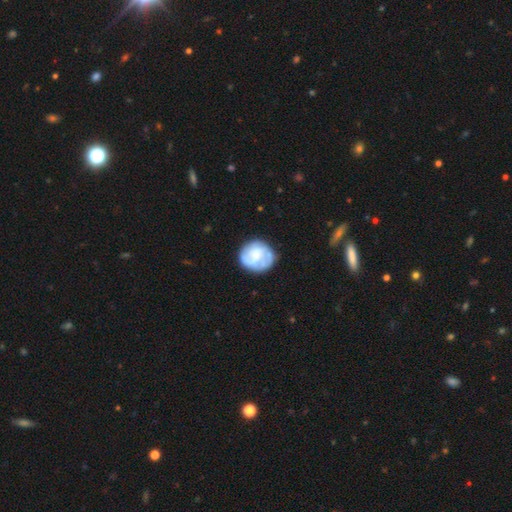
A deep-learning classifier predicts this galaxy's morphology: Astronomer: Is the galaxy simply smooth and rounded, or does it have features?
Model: featured or disk — 53% (runner-up: smooth, 40%).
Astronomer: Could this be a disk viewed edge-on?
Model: no — 98%.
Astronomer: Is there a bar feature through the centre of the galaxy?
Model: no — 57% (runner-up: weak, 35%).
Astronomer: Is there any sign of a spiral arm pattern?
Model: yes — 76%.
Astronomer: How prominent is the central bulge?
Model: none — 35% (runner-up: small, 34%).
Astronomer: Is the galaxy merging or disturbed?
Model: none — 70%.